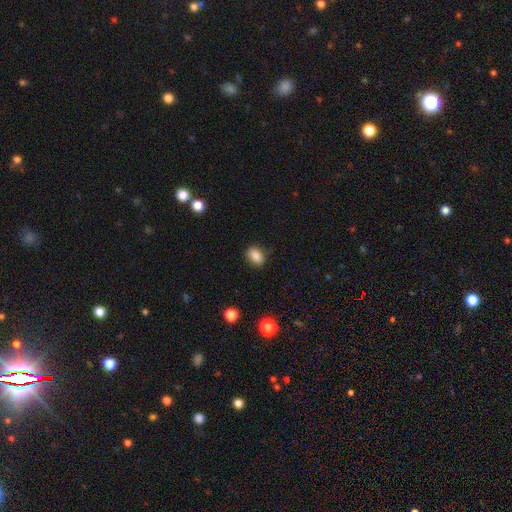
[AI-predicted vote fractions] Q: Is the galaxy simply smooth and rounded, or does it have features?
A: smooth — 86%.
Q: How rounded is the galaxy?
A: in between — 75%.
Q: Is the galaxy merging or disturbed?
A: none — 84%.